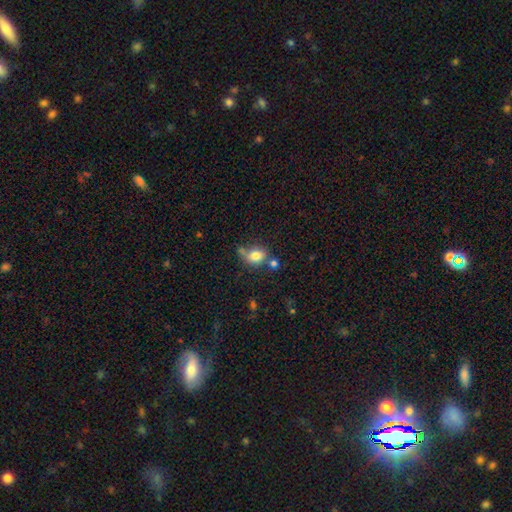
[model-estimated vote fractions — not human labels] Q: Smooth or featured?
A: smooth (78%); runner-up: featured or disk (11%)
Q: How rounded?
A: in between (51%); runner-up: round (48%)
Q: Merging?
A: none (49%); runner-up: merger (22%)